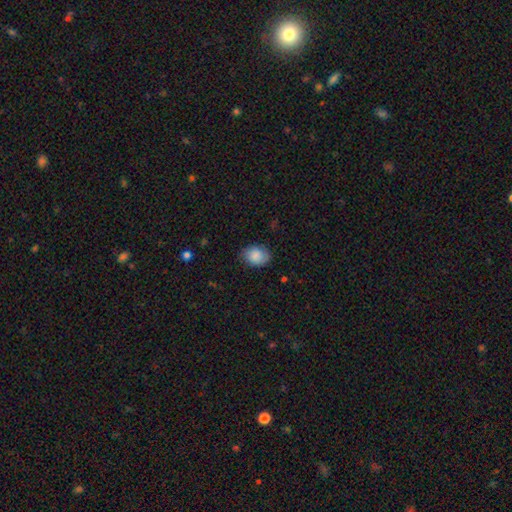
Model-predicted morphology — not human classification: Smooth or featured? Predicted: smooth (p=0.85). How rounded? Predicted: in between (p=0.68). Merging? Predicted: none (p=0.79).